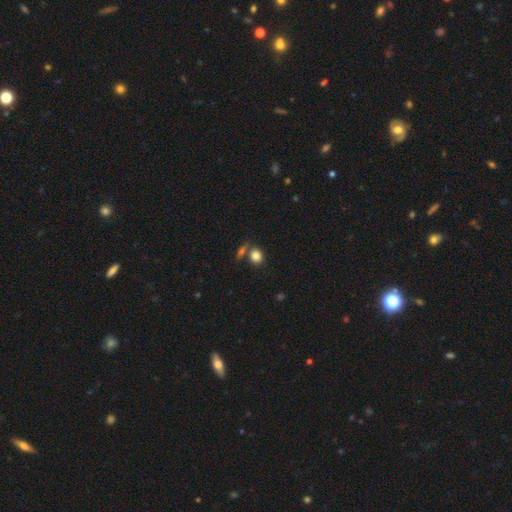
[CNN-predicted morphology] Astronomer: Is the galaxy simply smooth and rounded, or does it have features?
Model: smooth — 82%.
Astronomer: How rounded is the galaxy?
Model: round — 64%.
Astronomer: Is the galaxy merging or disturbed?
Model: none — 62%.